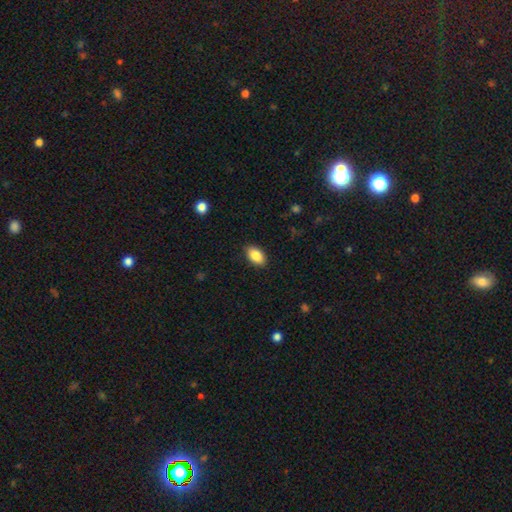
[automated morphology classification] Q: Smooth or featured?
A: smooth (88%); runner-up: star or artifact (7%)
Q: How rounded?
A: in between (92%); runner-up: round (6%)
Q: Merging?
A: none (88%); runner-up: minor disturbance (9%)